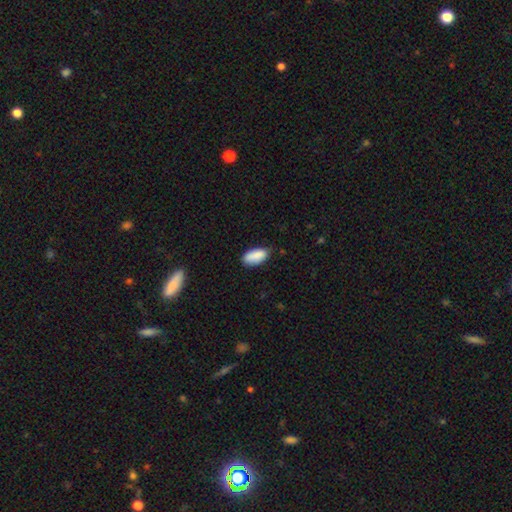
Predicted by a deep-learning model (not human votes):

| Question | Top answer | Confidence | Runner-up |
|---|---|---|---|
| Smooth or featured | smooth | 88% | star or artifact (6%) |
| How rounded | in between | 89% | cigar-shaped (9%) |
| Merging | none | 75% | minor disturbance (20%) |